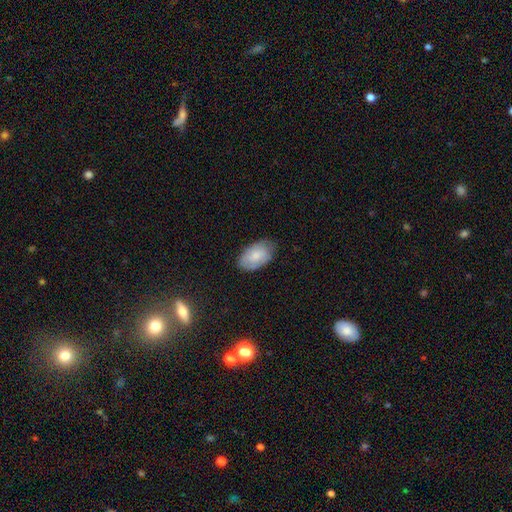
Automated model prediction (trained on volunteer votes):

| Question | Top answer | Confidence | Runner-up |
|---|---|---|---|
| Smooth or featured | smooth | 73% | featured or disk (20%) |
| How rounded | in between | 93% | round (5%) |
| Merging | none | 74% | minor disturbance (21%) |